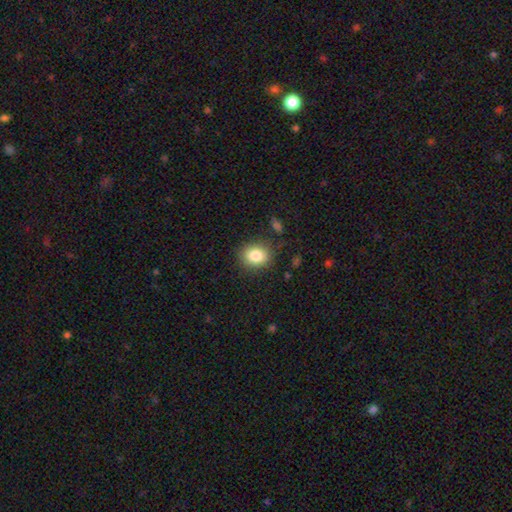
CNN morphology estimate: smooth_or_featured: smooth (p=0.84) [alt: star or artifact p=0.09]
how_rounded: round (p=0.62) [alt: in between p=0.37]
merging: none (p=0.83) [alt: minor disturbance p=0.11]